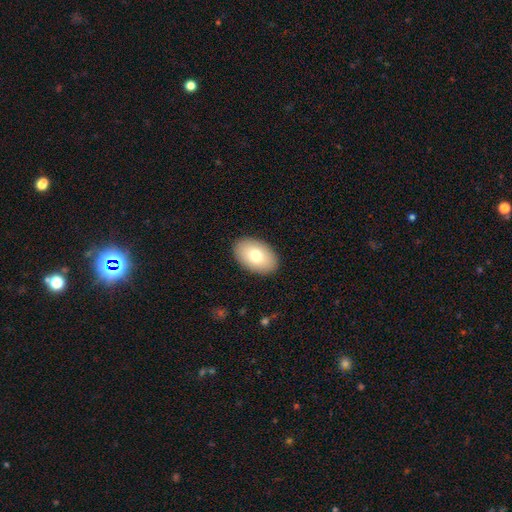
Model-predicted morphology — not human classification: The model was most divided on "smooth or featured": smooth: 76%, featured or disk: 17%, star or artifact: 7%. More confident: how rounded — in between (92%); merging — none (90%).